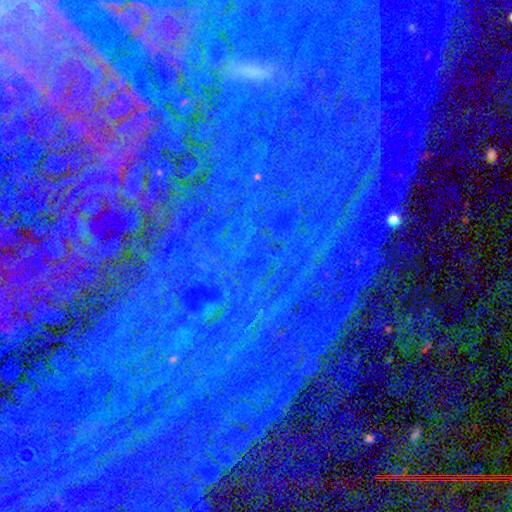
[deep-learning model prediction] Smooth or featured? Predicted: star or artifact (p=0.85).